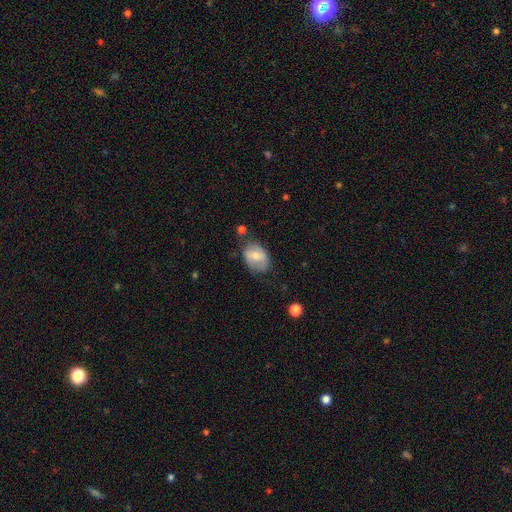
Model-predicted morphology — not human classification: The model was most divided on "smooth or featured": smooth: 61%, featured or disk: 32%, star or artifact: 7%. More confident: how rounded — in between (78%); merging — none (63%).